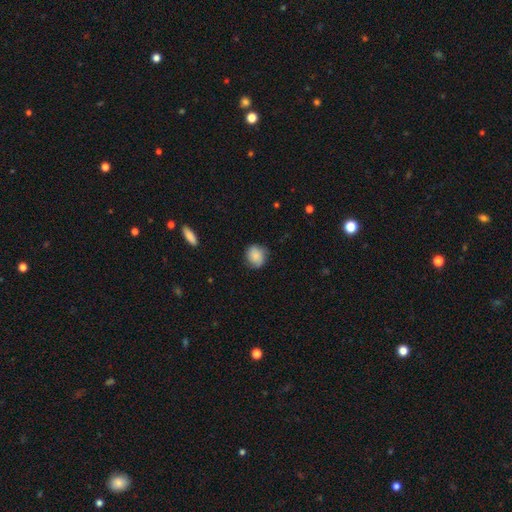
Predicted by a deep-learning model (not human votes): This appears to be a smooth galaxy with no disk features (80%) that is round (77%). Merging: none (75%).